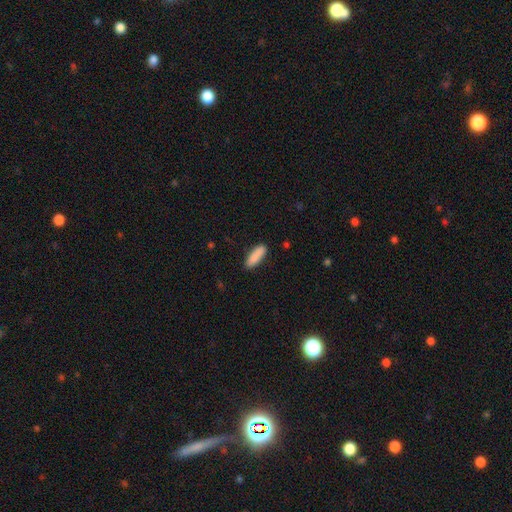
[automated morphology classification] This appears to be a smooth galaxy with no disk features (88%) that is in between round and cigar-shaped (57%). Merging: none (85%).